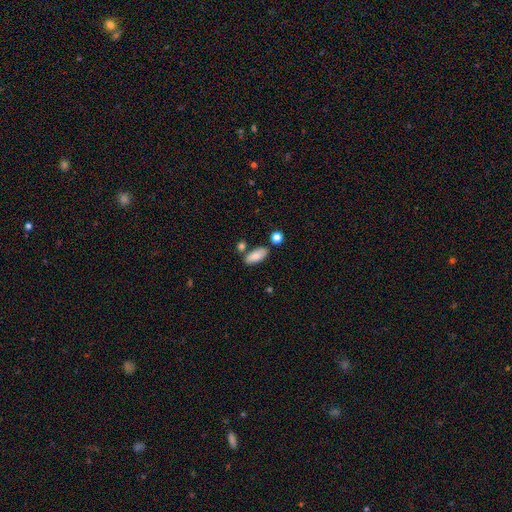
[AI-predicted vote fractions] The model was most divided on "merging": none: 74%, minor disturbance: 14%, merger: 9%, major disturbance: 3%. More confident: how rounded — in between (88%); smooth or featured — smooth (84%).